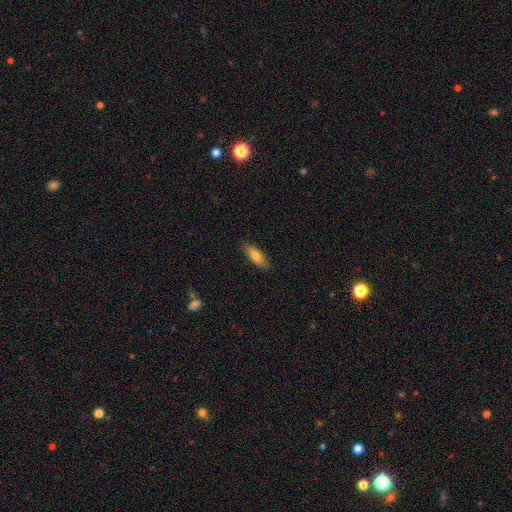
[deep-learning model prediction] Morphology: type=smooth (71%); roundness=in between (60%); merging=none (87%).